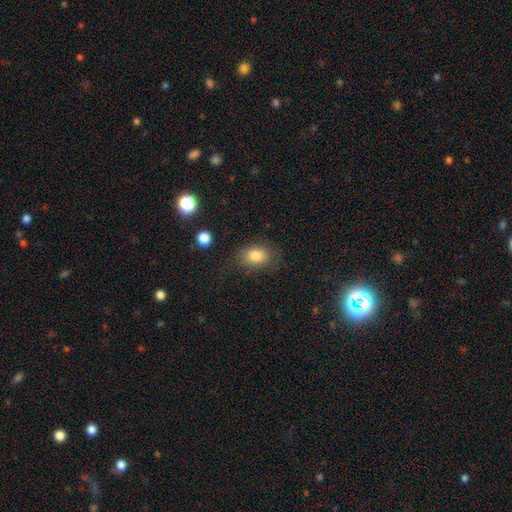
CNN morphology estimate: smooth-or-featured: smooth: 80% | star or artifact: 10% | featured or disk: 10%
  how-rounded: in between: 73% | round: 26% | cigar-shaped: 1%
  merging: none: 72% | minor disturbance: 18% | major disturbance: 8% | merger: 2%